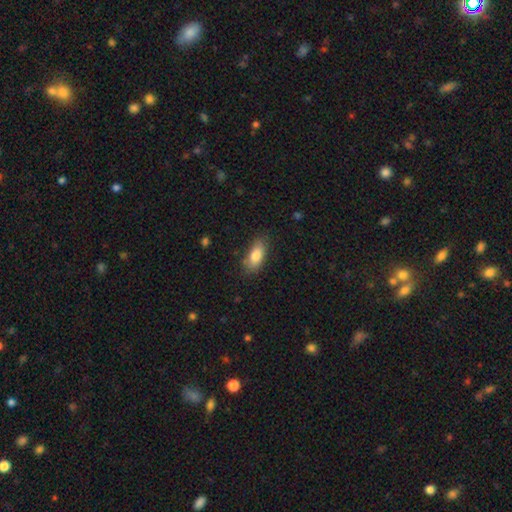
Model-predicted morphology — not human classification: This is clearly a smooth galaxy (83%). How rounded: clearly in between (86%). Merging: likely none (72%).